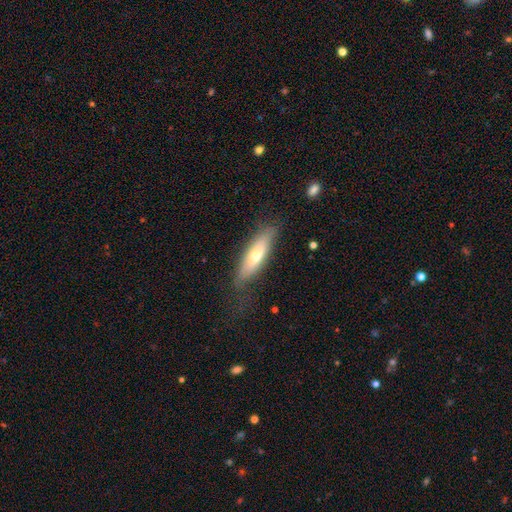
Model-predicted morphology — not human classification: Smooth or featured: smooth — 57% (featured or disk — 37%)
How rounded: cigar-shaped — 57% (in between — 41%)
Merging: none — 71% (minor disturbance — 20%)